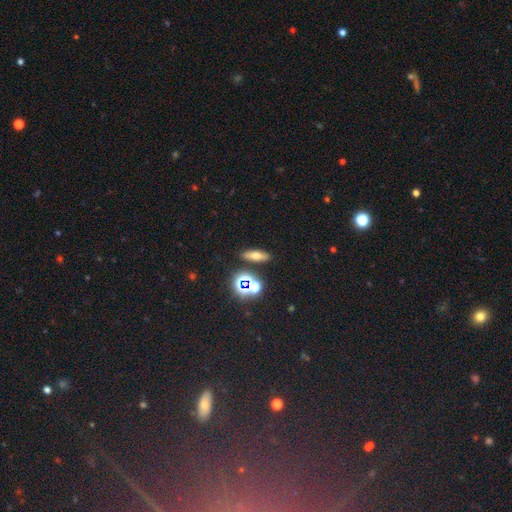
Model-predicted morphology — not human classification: This is possibly a smooth galaxy (54%). How rounded: marginally cigar-shaped (44%, tied with in between). Merging: clearly none (85%).